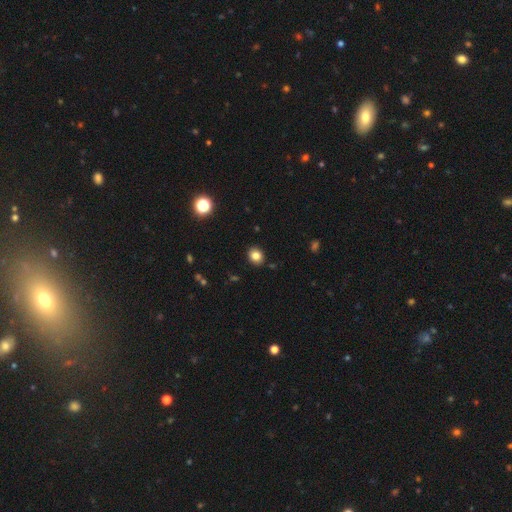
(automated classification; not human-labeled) This is clearly a smooth galaxy (82%). How rounded: likely round (67%). Merging: clearly none (89%).